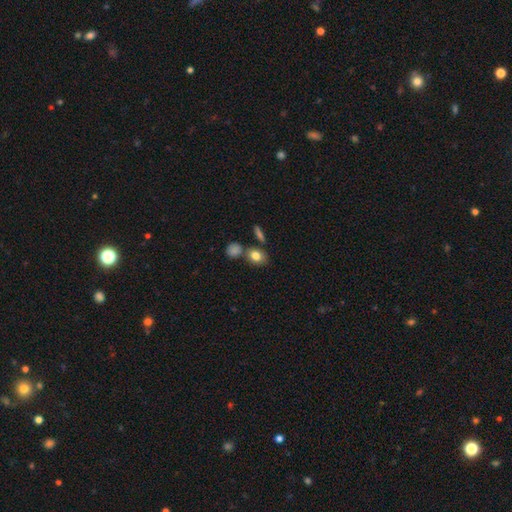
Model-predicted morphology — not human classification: A smooth galaxy with no disk features (81%) that is in between round and cigar-shaped (59%).

Vote fractions:
- Smooth or featured? smooth: 81% / featured or disk: 10% / star or artifact: 10%
- How rounded? in between: 59% / round: 39% / cigar-shaped: 2%
- Merging? none: 65% / merger: 19% / minor disturbance: 13% / major disturbance: 4%